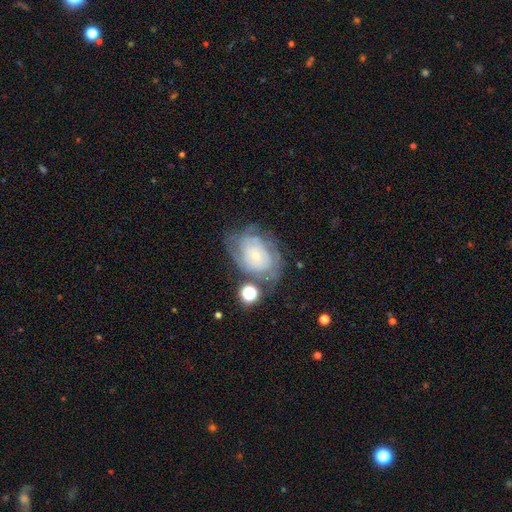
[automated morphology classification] A featured or disk galaxy (64%) with no bar (84%), spiral arms (71%) and a small central bulge (79%). Merging: none (56%).